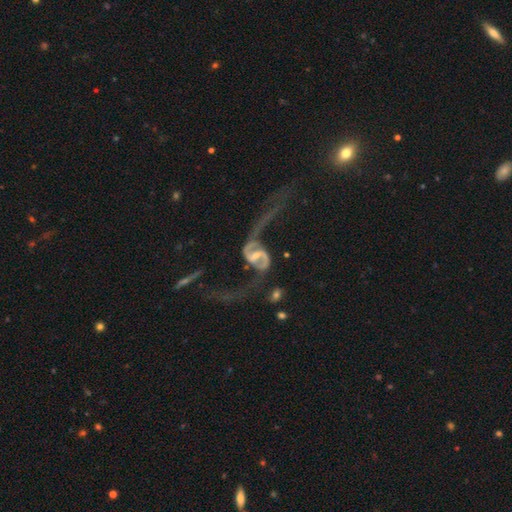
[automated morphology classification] smooth-or-featured: featured or disk: 91% | smooth: 5% | star or artifact: 4%
  disk-edge-on: no: 97% | yes: 3%
    bar: weak: 44% | strong: 40% | no: 16%
    has-spiral-arms: yes: 94% | no: 6%
      spiral-winding: loose: 76% | medium: 18% | tight: 6%
      spiral-arm-count: 2: 93% | 1: 2% | can't tell: 2% | 3: 1% | 4: 1% | more than 4: 1%
    bulge-size: small: 45% | moderate: 41% | none: 8% | large: 4% | dominant: 2%
  merging: major disturbance: 42% | none: 36% | minor disturbance: 13% | merger: 9%